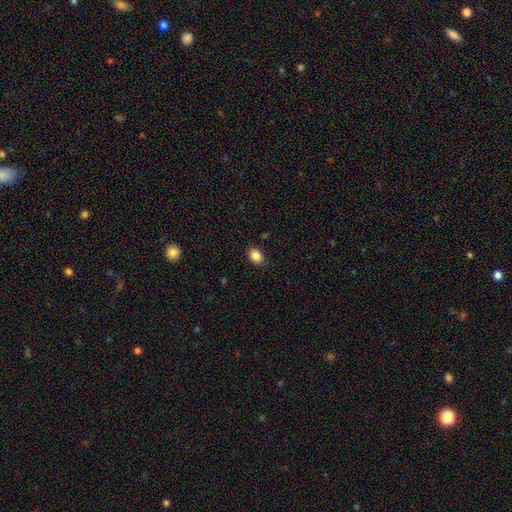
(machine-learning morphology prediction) A smooth galaxy with no disk features (87%) that is in between round and cigar-shaped (60%).

Vote fractions:
- Smooth or featured? smooth: 87% / star or artifact: 10% / featured or disk: 4%
- How rounded? in between: 60% / round: 39% / cigar-shaped: 1%
- Merging? none: 88% / minor disturbance: 9% / major disturbance: 2% / merger: 1%